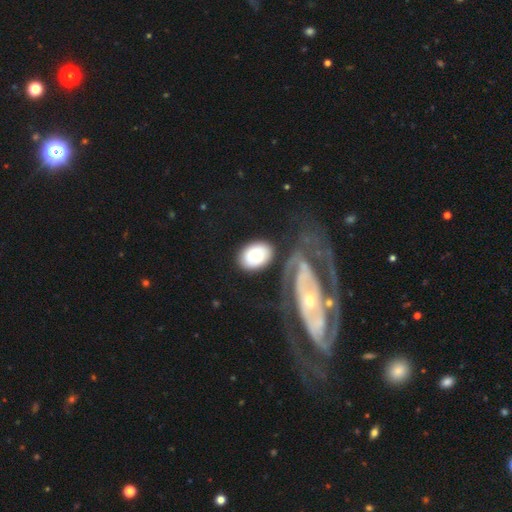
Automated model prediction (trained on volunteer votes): Smooth or featured?
  - smooth: 67% *
  - featured or disk: 26%
  - star or artifact: 6%
How rounded?
  - in between: 78% *
  - round: 20%
  - cigar-shaped: 1%
Merging?
  - none: 62% *
  - minor disturbance: 15%
  - merger: 15%
  - major disturbance: 8%